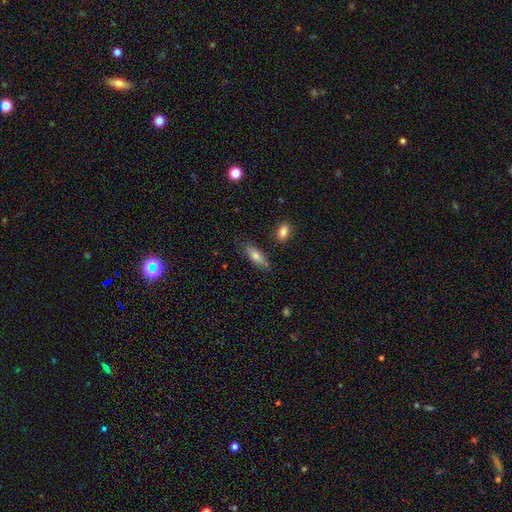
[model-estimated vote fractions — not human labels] smooth-or-featured: smooth: 76% | featured or disk: 16% | star or artifact: 8%
  how-rounded: in between: 65% | cigar-shaped: 32% | round: 3%
  merging: none: 77% | minor disturbance: 16% | major disturbance: 4% | merger: 3%